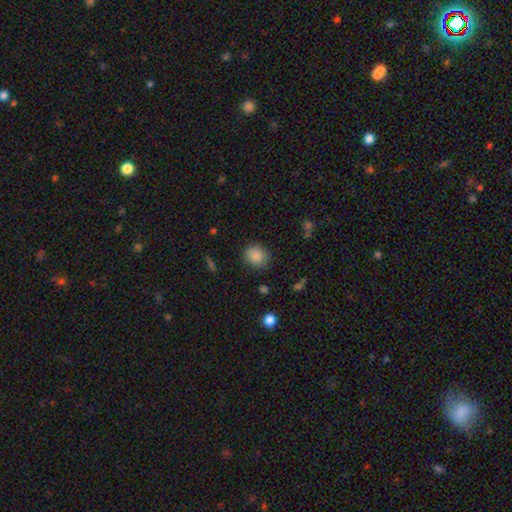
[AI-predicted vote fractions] Smooth or featured? Predicted: smooth (p=0.87). How rounded? Predicted: round (p=0.69). Merging? Predicted: none (p=0.83).